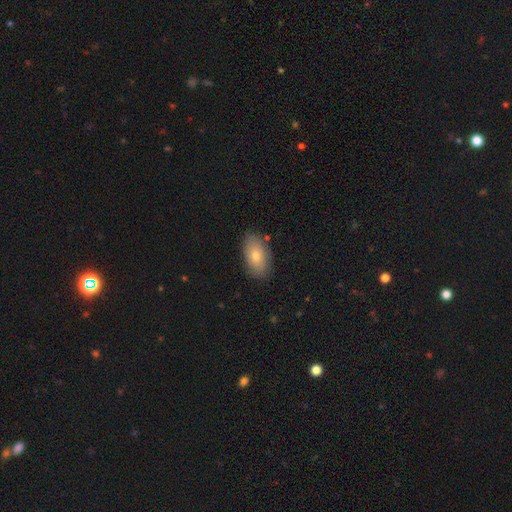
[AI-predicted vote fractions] Overall: smooth (76%). How rounded: in between (93%). Merging: none (84%).